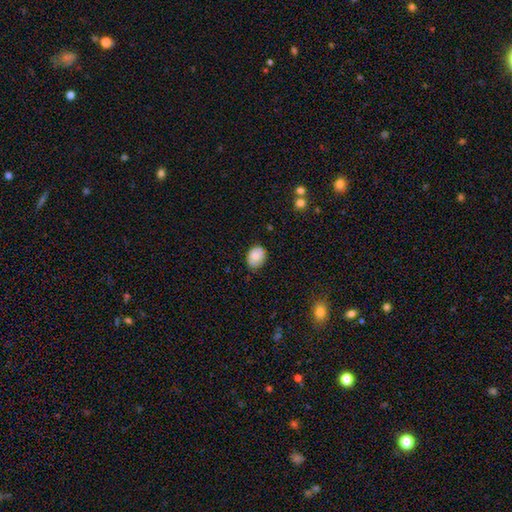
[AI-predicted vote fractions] Smooth or featured: smooth — 73% (featured or disk — 19%)
How rounded: in between — 59% (round — 40%)
Merging: none — 73% (minor disturbance — 22%)